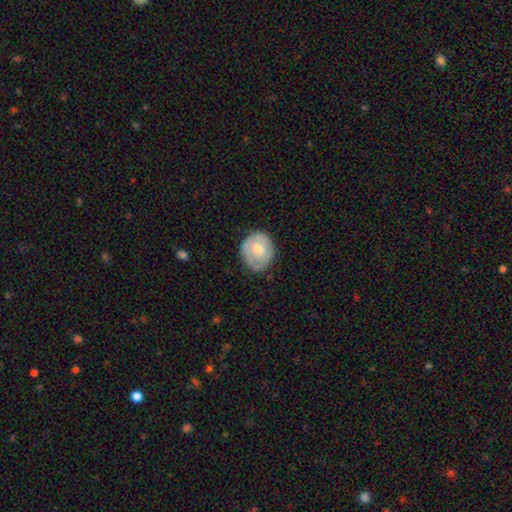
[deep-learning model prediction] Smooth or featured: featured or disk — 49% (smooth — 45%)
Merging: none — 70% (minor disturbance — 22%)